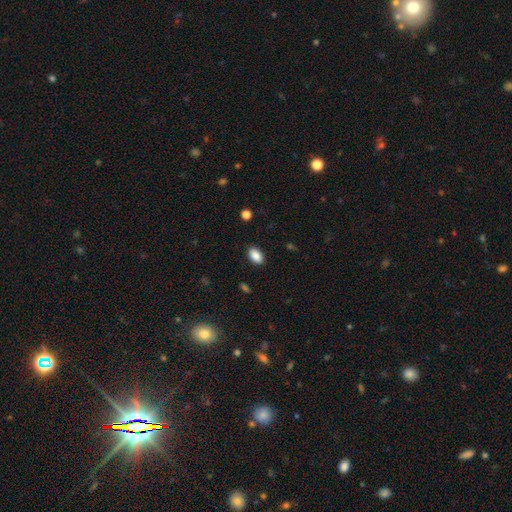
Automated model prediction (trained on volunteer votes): A smooth galaxy with no disk features (88%) that is in between round and cigar-shaped (91%).

Vote fractions:
- Smooth or featured? smooth: 88% / star or artifact: 8% / featured or disk: 5%
- How rounded? in between: 91% / round: 6% / cigar-shaped: 2%
- Merging? none: 88% / minor disturbance: 8% / major disturbance: 2% / merger: 1%